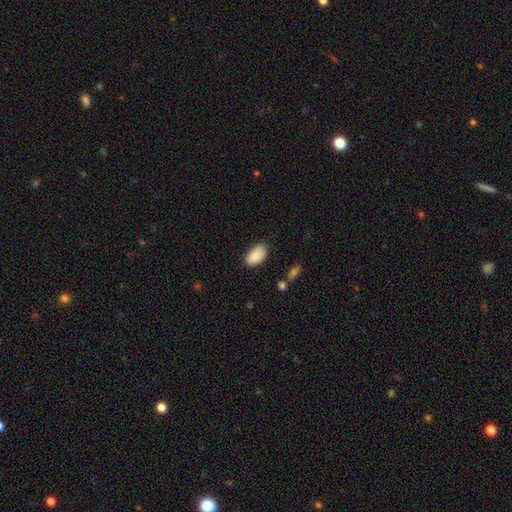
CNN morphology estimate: This is clearly a smooth galaxy (90%). How rounded: clearly in between (94%). Merging: likely none (78%).